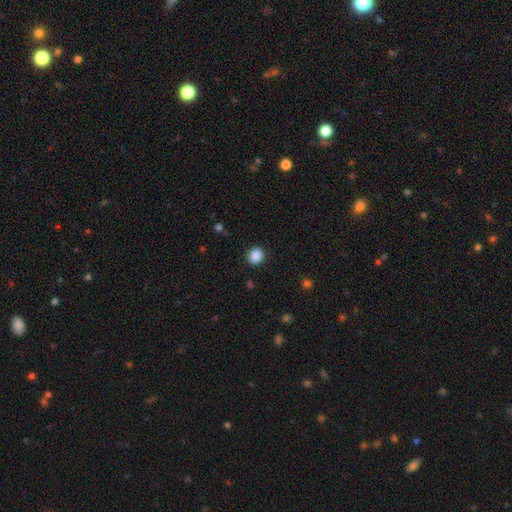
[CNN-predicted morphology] The model was most divided on "how rounded": round: 85%, in between: 14%, cigar-shaped: 1%. More confident: merging — none (91%); smooth or featured — smooth (88%).